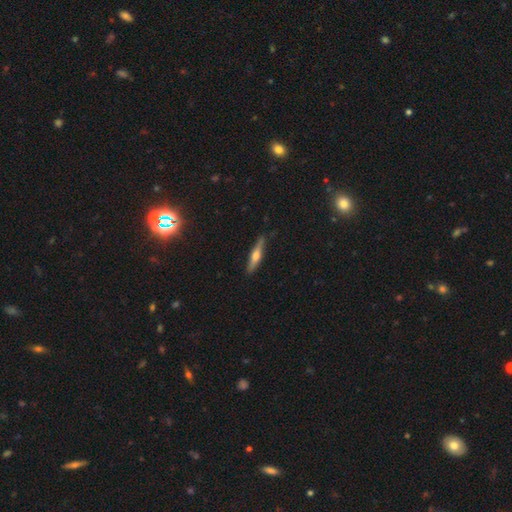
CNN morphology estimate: Overall: featured or disk (54%; smooth 41%). Edge-on disk: yes (95%). Edge-on bulge: rounded (90%). Merging: none (85%).